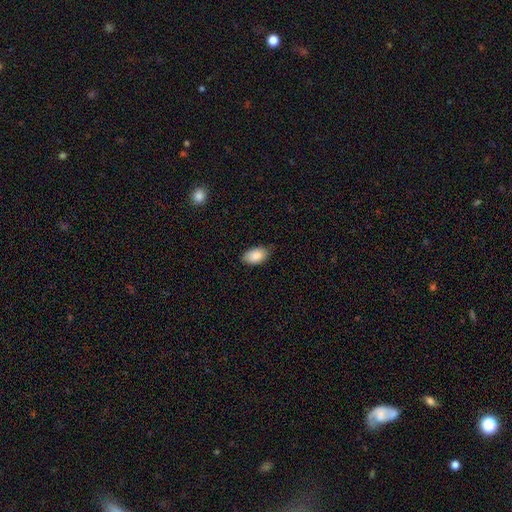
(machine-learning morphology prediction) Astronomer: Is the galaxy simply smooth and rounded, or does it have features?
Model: smooth — 87%.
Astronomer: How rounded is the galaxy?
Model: in between — 93%.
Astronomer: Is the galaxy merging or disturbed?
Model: none — 77%.